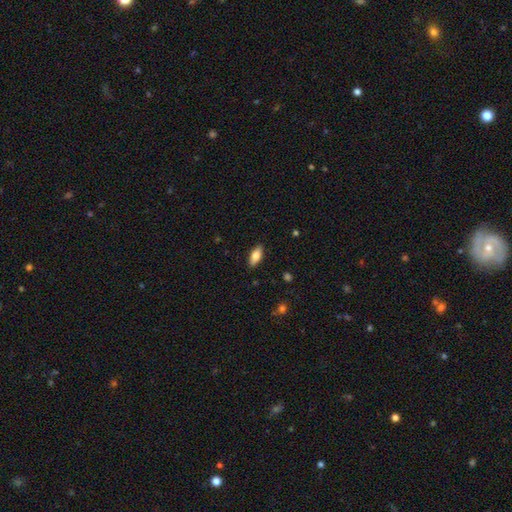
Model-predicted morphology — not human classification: Smooth or featured? Predicted: smooth (p=0.76). How rounded? Predicted: in between (p=0.82). Merging? Predicted: none (p=0.88).